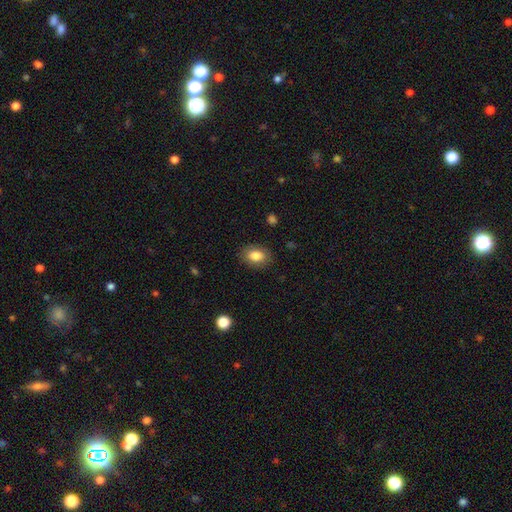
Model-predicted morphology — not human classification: Smooth or featured? Predicted: smooth (p=0.84). How rounded? Predicted: in between (p=0.80). Merging? Predicted: none (p=0.85).